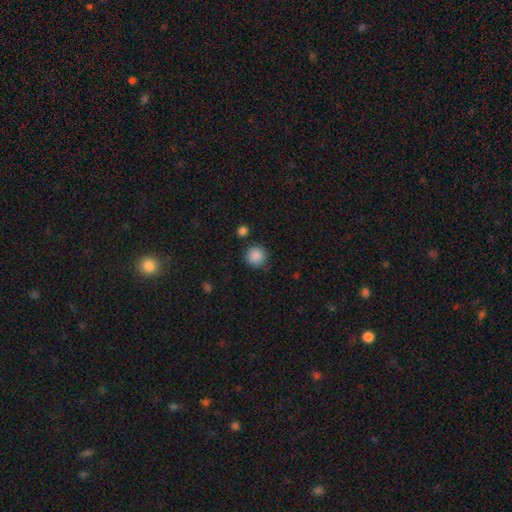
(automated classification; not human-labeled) Smooth or featured: smooth — 87% (star or artifact — 9%)
How rounded: round — 94% (in between — 5%)
Merging: none — 82% (minor disturbance — 11%)